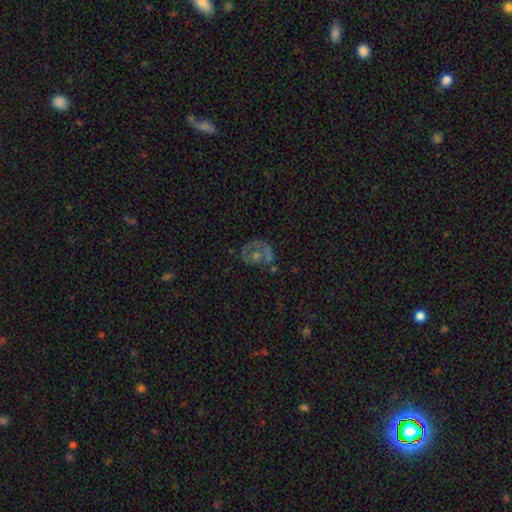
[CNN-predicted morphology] Smooth or featured?
  - featured or disk: 52% *
  - smooth: 31%
  - star or artifact: 16%
Edge-on disk?
  - no: 97% *
  - yes: 3%
Bar?
  - no: 87% *
  - weak: 10%
  - strong: 3%
Spiral arms?
  - no: 68% *
  - yes: 32%
Bulge size?
  - moderate: 46% *
  - small: 28%
  - none: 16%
  - large: 7%
  - dominant: 3%
Merging?
  - none: 47% *
  - major disturbance: 22%
  - minor disturbance: 19%
  - merger: 12%